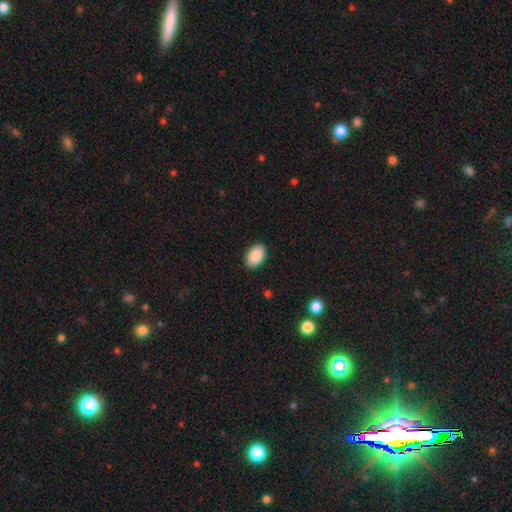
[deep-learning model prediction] A smooth galaxy with no disk features (90%) that is in between round and cigar-shaped (91%).

Vote fractions:
- Smooth or featured? smooth: 90% / star or artifact: 7% / featured or disk: 4%
- How rounded? in between: 91% / round: 8% / cigar-shaped: 1%
- Merging? none: 89% / minor disturbance: 8% / major disturbance: 2% / merger: 1%